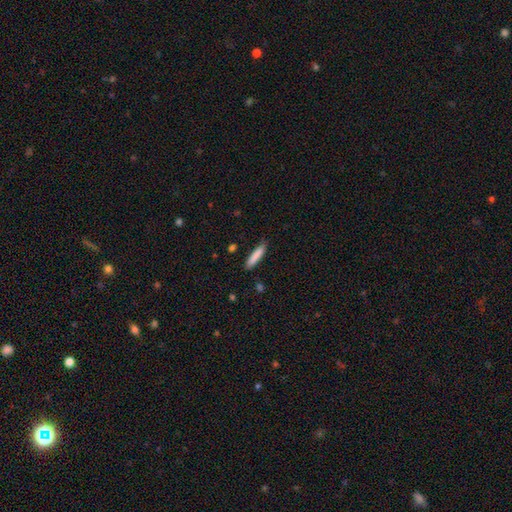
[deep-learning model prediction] Smooth or featured? Predicted: smooth (p=0.85). How rounded? Predicted: cigar-shaped (p=0.86). Merging? Predicted: none (p=0.83).